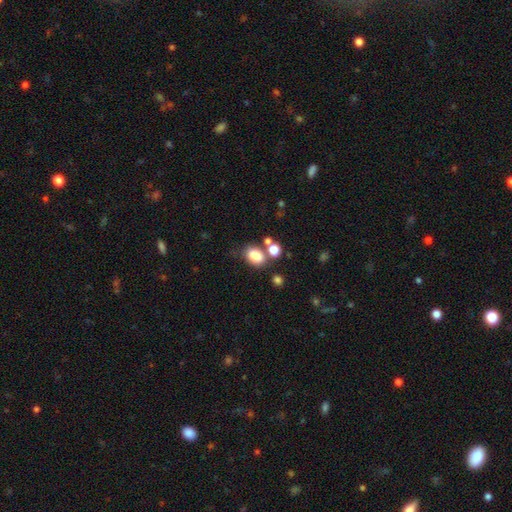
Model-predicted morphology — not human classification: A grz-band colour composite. It shows a smooth galaxy with no disk features (83%) that is in between round and cigar-shaped (72%). Merging: none (57%).